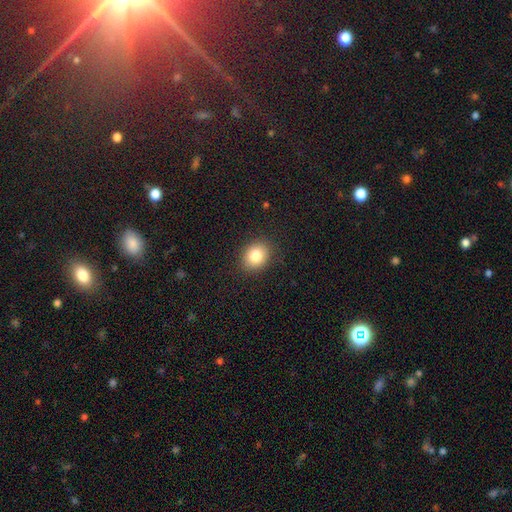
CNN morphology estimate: The model was most divided on "how rounded": round: 60%, in between: 40%, cigar-shaped: 1%. More confident: merging — none (88%); smooth or featured — smooth (82%).